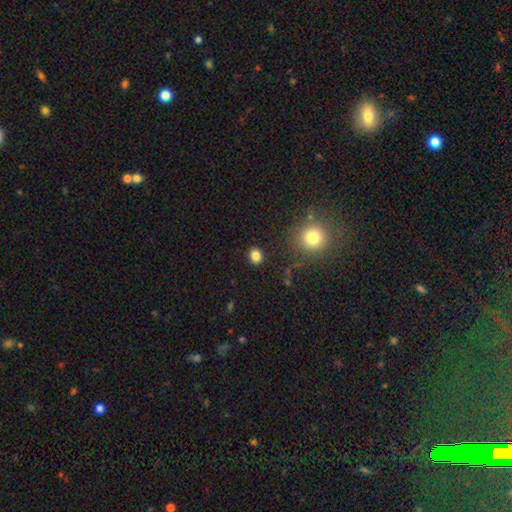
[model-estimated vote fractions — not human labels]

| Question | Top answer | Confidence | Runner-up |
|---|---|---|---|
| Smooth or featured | smooth | 83% | star or artifact (13%) |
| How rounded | round | 77% | in between (22%) |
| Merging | none | 89% | minor disturbance (6%) |